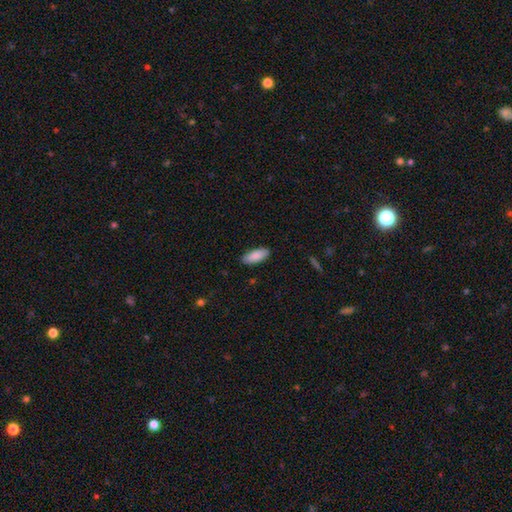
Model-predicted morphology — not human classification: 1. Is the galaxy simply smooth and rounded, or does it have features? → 89% smooth, 6% star or artifact, 5% featured or disk.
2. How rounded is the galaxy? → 80% in between, 19% cigar-shaped, 2% round.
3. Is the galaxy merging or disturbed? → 88% none, 9% minor disturbance, 2% major disturbance, 1% merger.